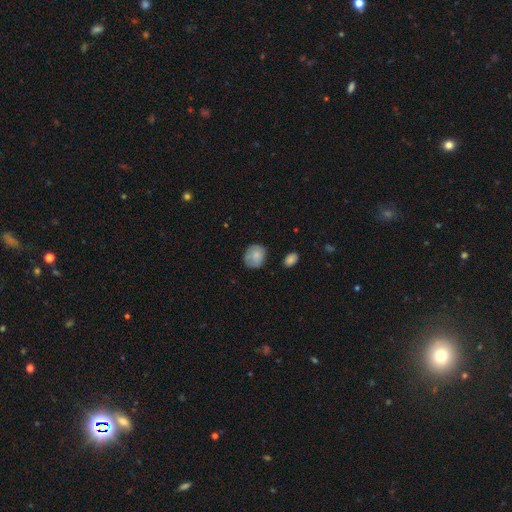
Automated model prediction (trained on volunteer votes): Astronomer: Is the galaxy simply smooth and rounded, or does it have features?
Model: smooth — 72%.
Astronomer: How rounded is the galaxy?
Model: round — 61% (runner-up: in between, 38%).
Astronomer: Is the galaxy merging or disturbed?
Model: none — 67%.